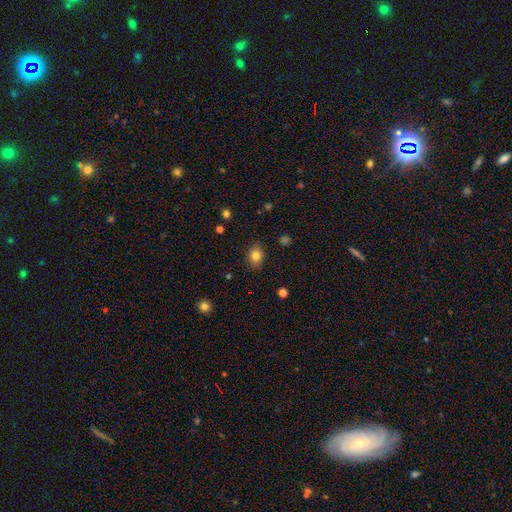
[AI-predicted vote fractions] A smooth galaxy with no disk features (81%) that is in between round and cigar-shaped (53%).

Vote fractions:
- Smooth or featured? smooth: 81% / star or artifact: 11% / featured or disk: 8%
- How rounded? in between: 53% / round: 46% / cigar-shaped: 1%
- Merging? none: 87% / minor disturbance: 10% / major disturbance: 2% / merger: 1%